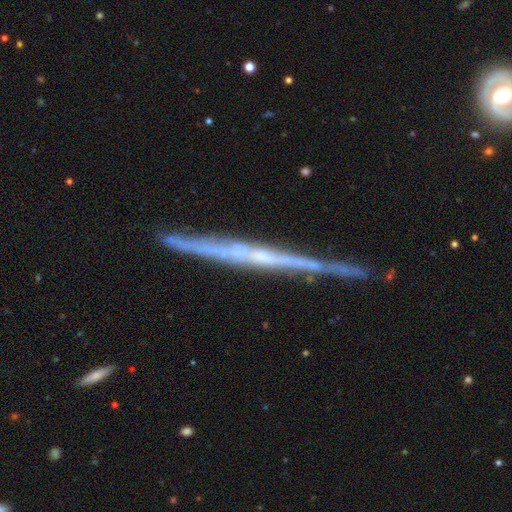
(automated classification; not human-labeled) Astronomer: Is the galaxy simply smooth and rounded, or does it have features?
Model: featured or disk — 80%.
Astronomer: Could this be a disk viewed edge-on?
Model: yes — 97%.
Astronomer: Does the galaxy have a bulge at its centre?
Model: none — 64%.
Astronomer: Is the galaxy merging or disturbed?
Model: none — 81%.